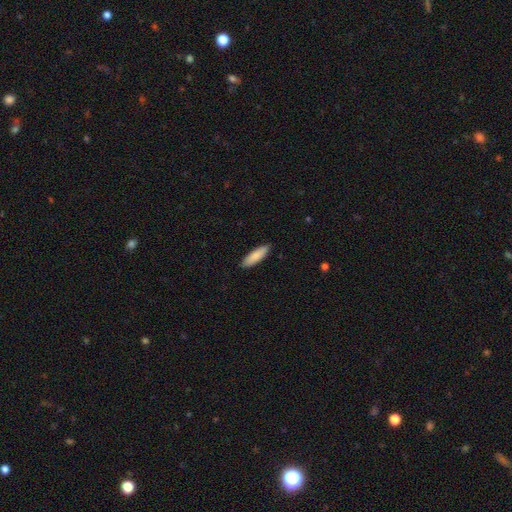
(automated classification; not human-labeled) A smooth galaxy with no disk features (86%) that is cigar-shaped (54%). Merging: none (90%).